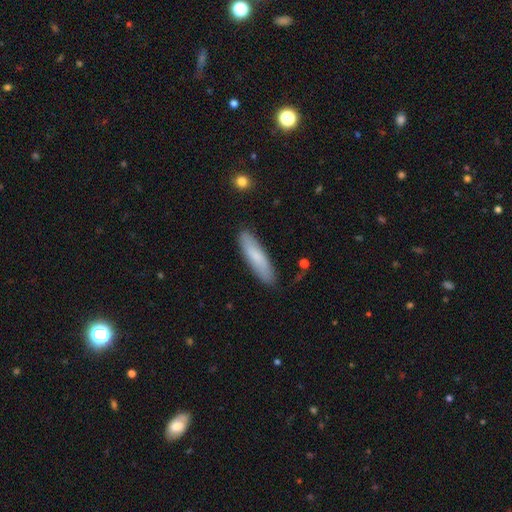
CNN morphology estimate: Smooth or featured? smooth (74%)
How rounded? cigar-shaped (78%)
Merging? none (87%)